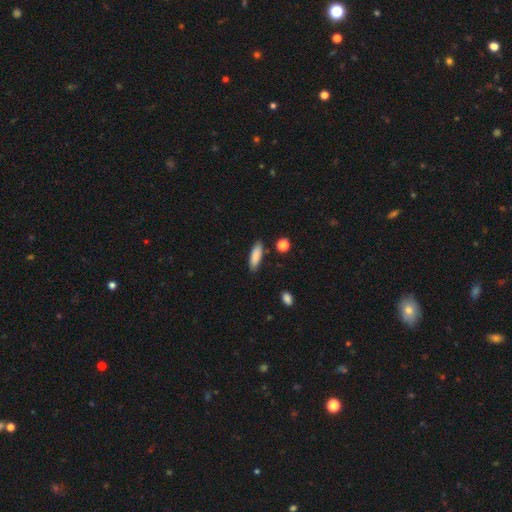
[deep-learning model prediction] This is clearly a smooth galaxy (85%). How rounded: possibly cigar-shaped (51%). Merging: clearly none (85%).